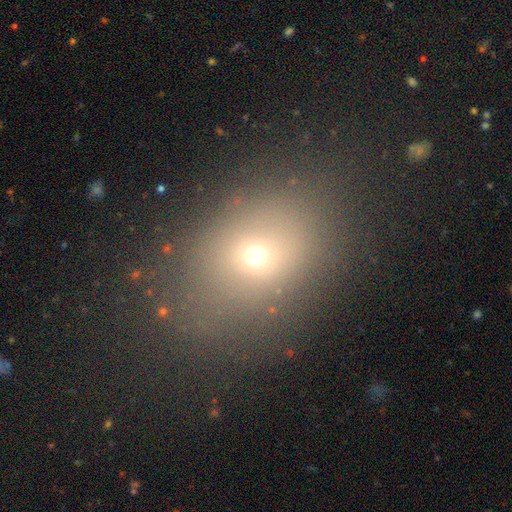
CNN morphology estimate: smooth_or_featured: smooth (p=0.63) [alt: star or artifact p=0.22]
how_rounded: in between (p=0.54) [alt: round p=0.44]
merging: none (p=0.76) [alt: minor disturbance p=0.14]